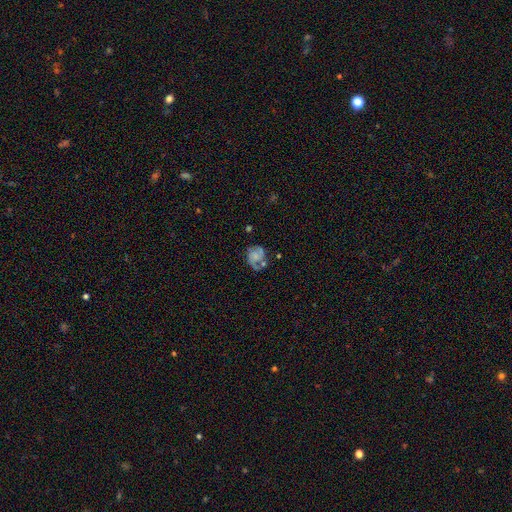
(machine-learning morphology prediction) smooth_or_featured: featured or disk (p=0.69) [alt: smooth p=0.22]
disk_edge_on: no (p=0.98) [alt: yes p=0.02]
bar: no (p=0.69) [alt: weak p=0.26]
has_spiral_arms: yes (p=0.91) [alt: no p=0.09]
spiral_winding: medium (p=0.45) [alt: tight p=0.37]
spiral_arm_count: 2 (p=0.69) [alt: can't tell p=0.11]
bulge_size: small (p=0.43) [alt: none p=0.30]
merging: none (p=0.52) [alt: minor disturbance p=0.23]